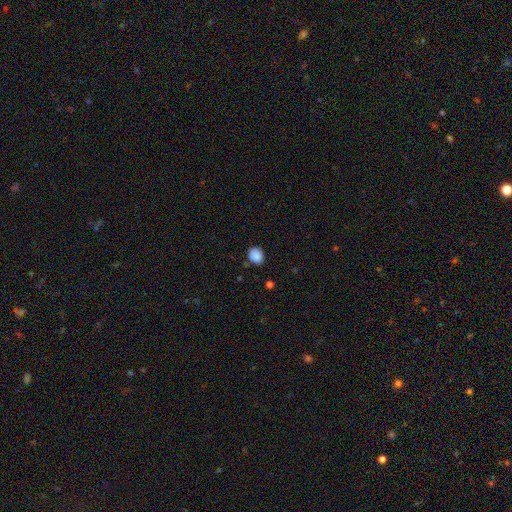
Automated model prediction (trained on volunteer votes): smooth 88%, star or artifact 9%, featured or disk 3%. Down the decision tree: how rounded — round (62%); merging — none (81%).